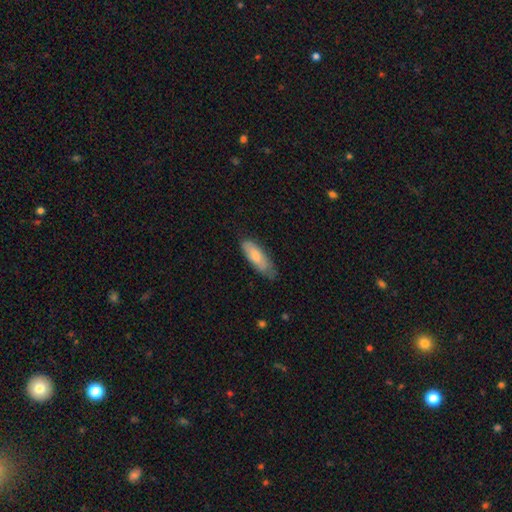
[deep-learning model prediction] smooth 74%, featured or disk 21%, star or artifact 5%. Down the decision tree: how rounded — in between (61%); merging — none (62%).